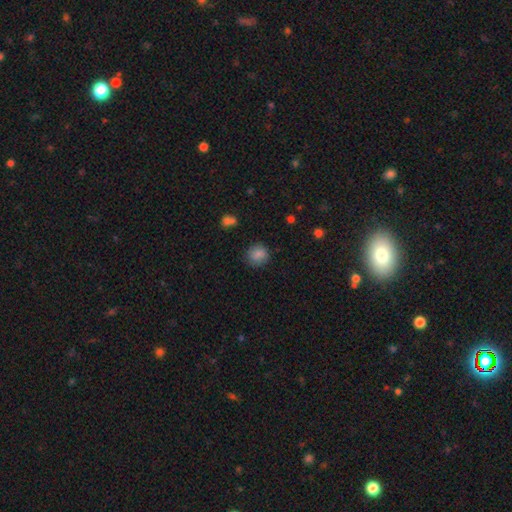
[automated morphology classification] Q: Smooth or featured?
A: smooth (82%); runner-up: star or artifact (12%)
Q: How rounded?
A: round (81%); runner-up: in between (18%)
Q: Merging?
A: none (83%); runner-up: minor disturbance (12%)